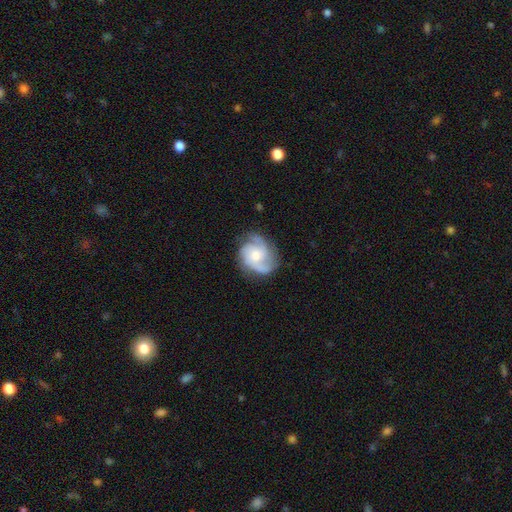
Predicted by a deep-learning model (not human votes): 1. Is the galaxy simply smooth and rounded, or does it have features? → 81% featured or disk, 14% smooth, 6% star or artifact.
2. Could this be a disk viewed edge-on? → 98% no, 2% yes.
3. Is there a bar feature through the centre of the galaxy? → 70% no, 26% weak, 4% strong.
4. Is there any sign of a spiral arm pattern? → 96% yes, 4% no.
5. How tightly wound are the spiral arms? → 49% medium, 34% tight, 17% loose.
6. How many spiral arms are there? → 58% 3, 20% 2, 9% can't tell, 6% 4, 4% 1, 3% more than 4.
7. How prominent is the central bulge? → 56% moderate, 33% small, 7% large, 3% none, 1% dominant.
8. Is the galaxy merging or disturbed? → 70% none, 20% minor disturbance, 9% major disturbance, 2% merger.